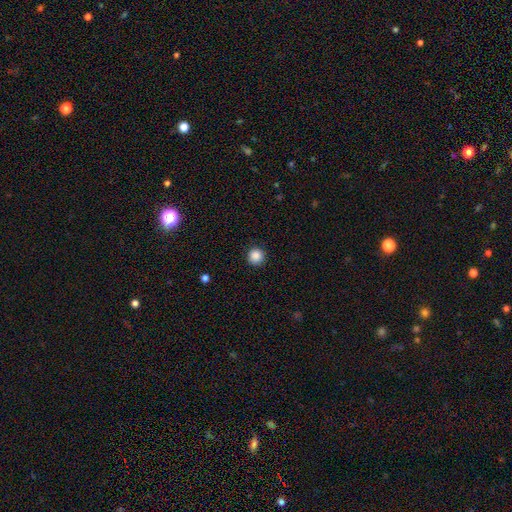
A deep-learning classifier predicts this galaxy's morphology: smooth_or_featured: smooth (p=0.87) [alt: star or artifact p=0.10]
how_rounded: round (p=0.95) [alt: in between p=0.04]
merging: none (p=0.91) [alt: minor disturbance p=0.06]